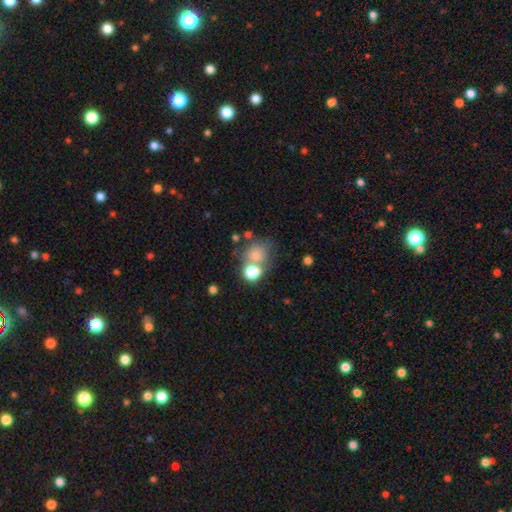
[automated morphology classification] Smooth or featured?
  - smooth: 73% *
  - star or artifact: 14%
  - featured or disk: 13%
How rounded?
  - round: 70% *
  - in between: 29%
  - cigar-shaped: 1%
Merging?
  - none: 42% *
  - merger: 38%
  - minor disturbance: 12%
  - major disturbance: 8%